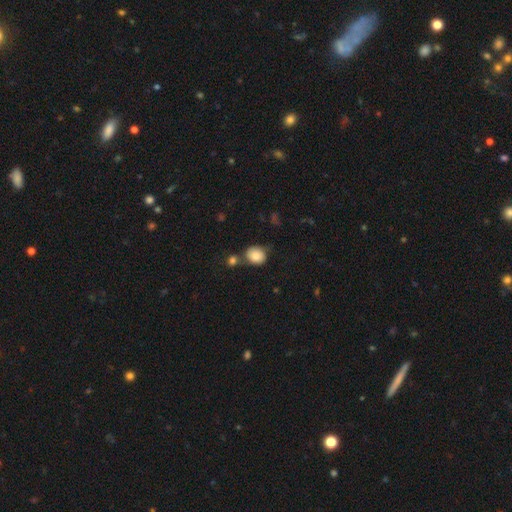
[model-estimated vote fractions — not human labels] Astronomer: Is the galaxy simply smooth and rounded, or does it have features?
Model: smooth — 85%.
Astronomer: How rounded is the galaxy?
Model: round — 65%.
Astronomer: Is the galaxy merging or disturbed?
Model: none — 56%.